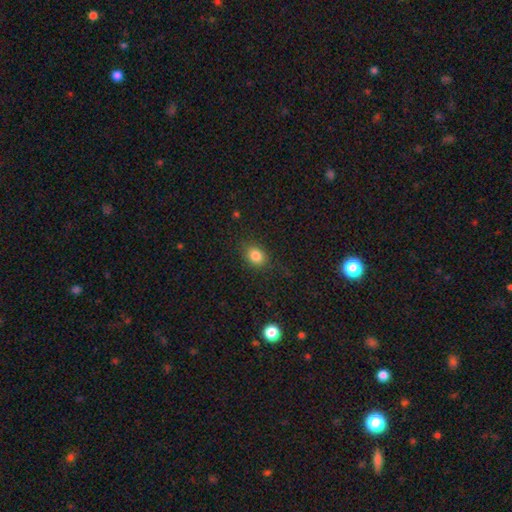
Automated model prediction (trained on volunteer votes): Smooth or featured? Predicted: smooth (p=0.84). How rounded? Predicted: in between (p=0.57). Merging? Predicted: none (p=0.84).